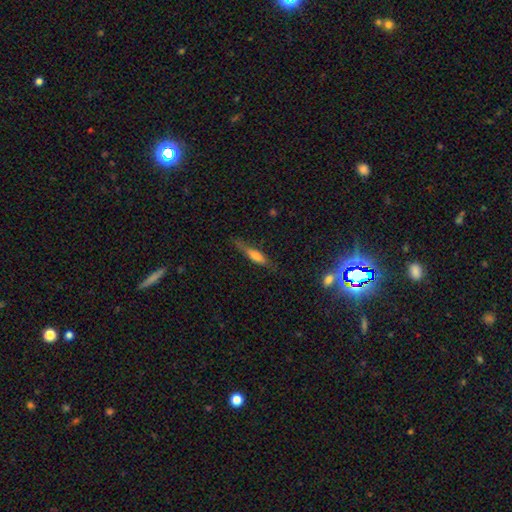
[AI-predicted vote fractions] Q: Smooth or featured?
A: smooth (53%); runner-up: featured or disk (39%)
Q: How rounded?
A: cigar-shaped (77%); runner-up: in between (20%)
Q: Merging?
A: none (70%); runner-up: minor disturbance (21%)